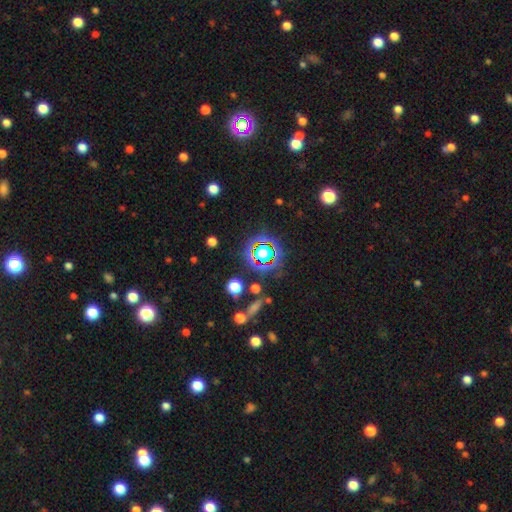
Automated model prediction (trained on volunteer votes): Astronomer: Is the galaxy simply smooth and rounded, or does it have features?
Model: star or artifact — 56%.